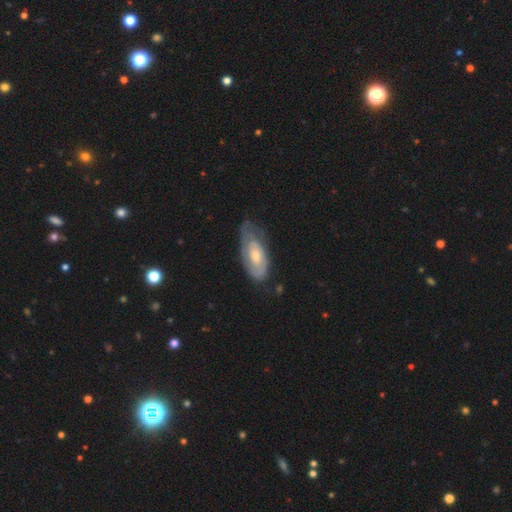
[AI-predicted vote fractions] Smooth or featured? featured or disk (59%)
Edge-on disk? no (89%)
Bar? no (74%)
Spiral arms? yes (70%)
Bulge size? moderate (54%)
Merging? none (47%)